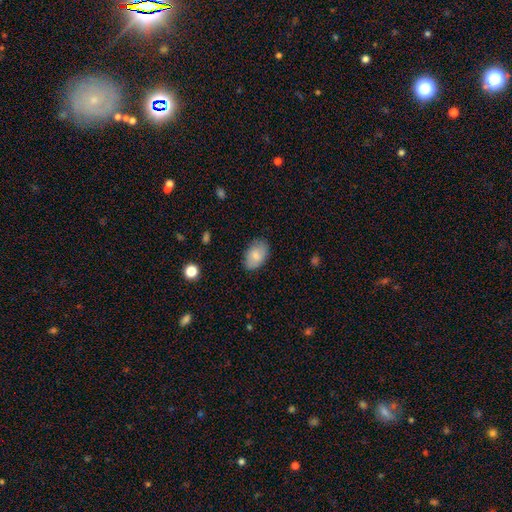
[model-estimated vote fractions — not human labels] The model was most divided on "merging": none: 81%, minor disturbance: 15%, major disturbance: 3%, merger: 1%. More confident: how rounded — in between (89%); smooth or featured — smooth (80%).